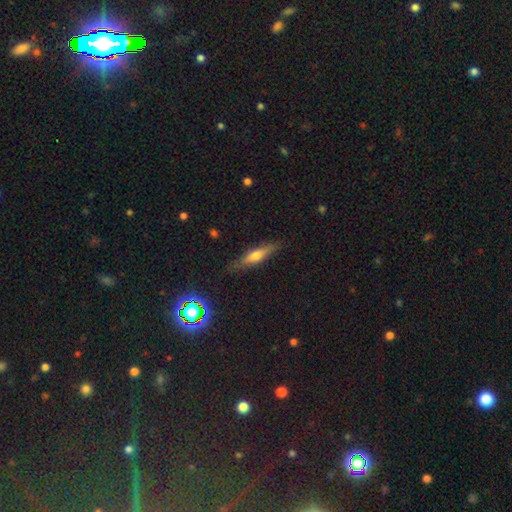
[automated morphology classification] Q: Smooth or featured?
A: featured or disk (48%); runner-up: smooth (44%)
Q: Merging?
A: none (83%); runner-up: minor disturbance (13%)